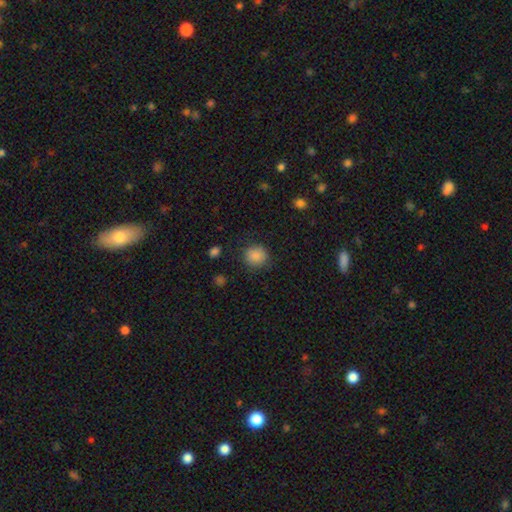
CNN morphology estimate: Smooth or featured: smooth — 86% (star or artifact — 10%)
How rounded: round — 84% (in between — 15%)
Merging: none — 83% (minor disturbance — 11%)